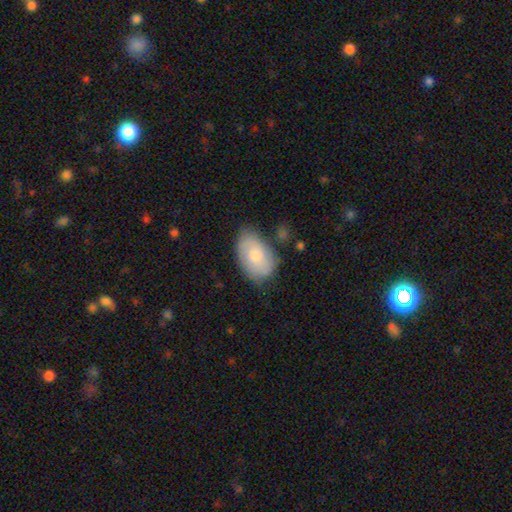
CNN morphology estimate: smooth-or-featured: smooth: 68% | featured or disk: 26% | star or artifact: 6%
  how-rounded: in between: 91% | round: 8% | cigar-shaped: 1%
  merging: none: 66% | minor disturbance: 25% | major disturbance: 6% | merger: 3%